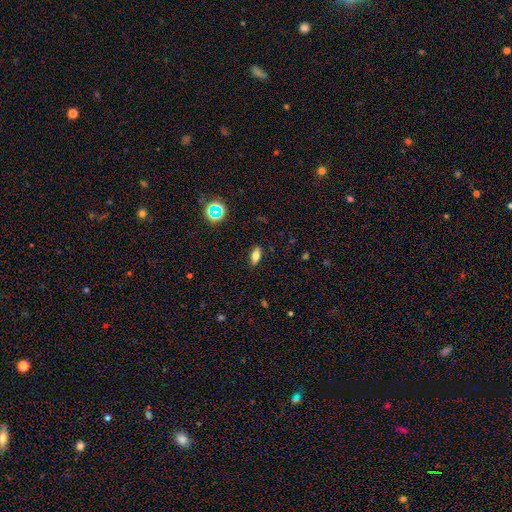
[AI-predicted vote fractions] This is likely a smooth galaxy (65%). How rounded: likely in between (73%). Merging: clearly none (88%).